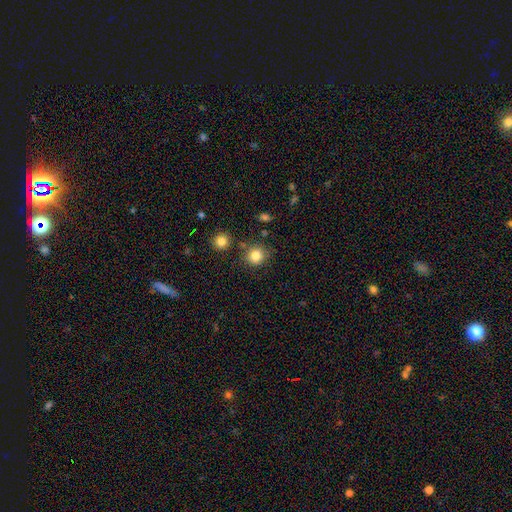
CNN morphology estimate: Smooth or featured? smooth (83%)
How rounded? round (87%)
Merging? none (79%)